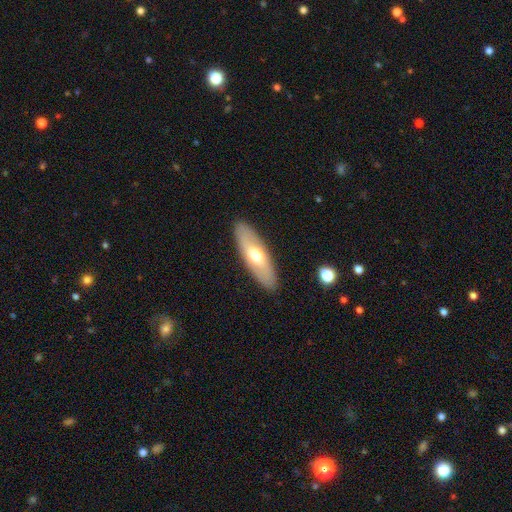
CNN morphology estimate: Q: Smooth or featured?
A: smooth (53%); runner-up: featured or disk (42%)
Q: How rounded?
A: in between (62%); runner-up: cigar-shaped (36%)
Q: Merging?
A: none (89%); runner-up: minor disturbance (8%)